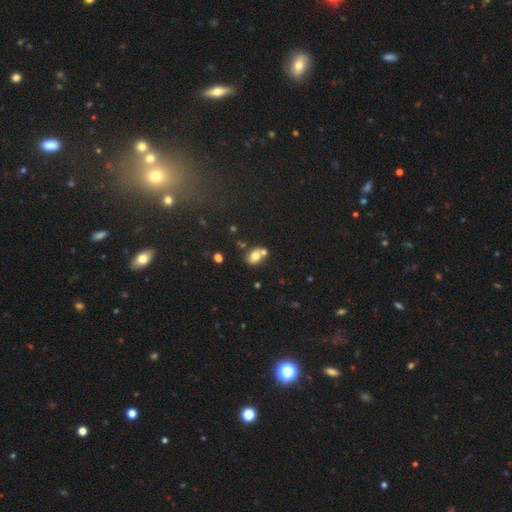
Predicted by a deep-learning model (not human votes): A smooth galaxy with no disk features (70%) that is in between round and cigar-shaped (60%).

Vote fractions:
- Smooth or featured? smooth: 70% / featured or disk: 18% / star or artifact: 12%
- How rounded? in between: 60% / round: 39% / cigar-shaped: 1%
- Merging? none: 43% / merger: 39% / minor disturbance: 13% / major disturbance: 5%